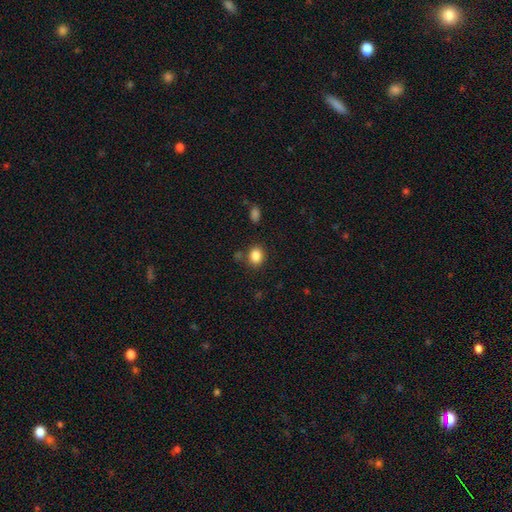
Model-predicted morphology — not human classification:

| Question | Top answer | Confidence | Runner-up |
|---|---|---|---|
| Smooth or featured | smooth | 86% | star or artifact (10%) |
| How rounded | in between | 51% | round (48%) |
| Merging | none | 79% | minor disturbance (11%) |